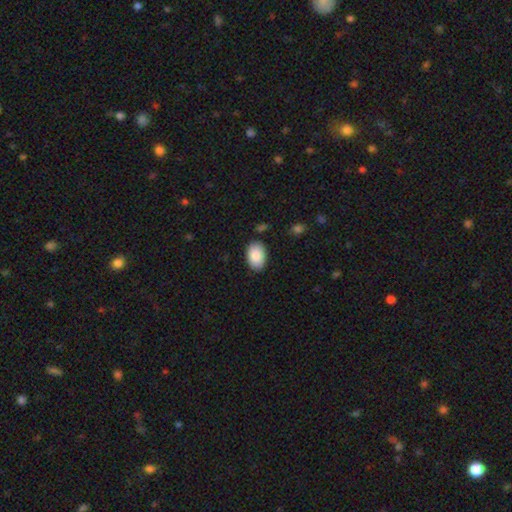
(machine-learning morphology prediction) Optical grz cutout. It shows a smooth galaxy with no disk features (88%) that is in between round and cigar-shaped (89%). Merging: none (85%).